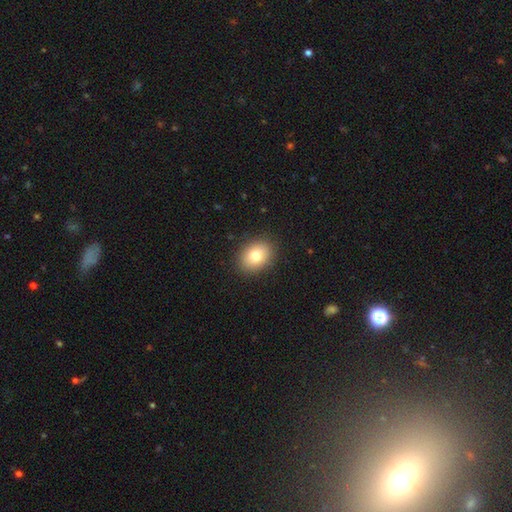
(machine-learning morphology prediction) Q: Smooth or featured?
A: smooth (79%); runner-up: featured or disk (11%)
Q: How rounded?
A: in between (60%); runner-up: round (39%)
Q: Merging?
A: none (89%); runner-up: minor disturbance (8%)